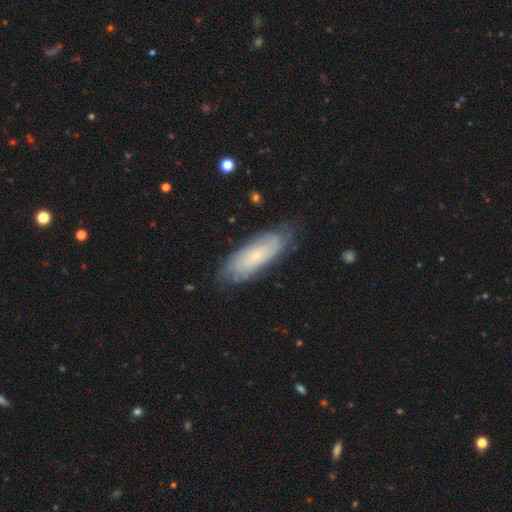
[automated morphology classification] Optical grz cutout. It shows a featured or disk galaxy (63%) with no bar (77%), spiral arms (86%) and a small central bulge (82%). Merging: none (75%).